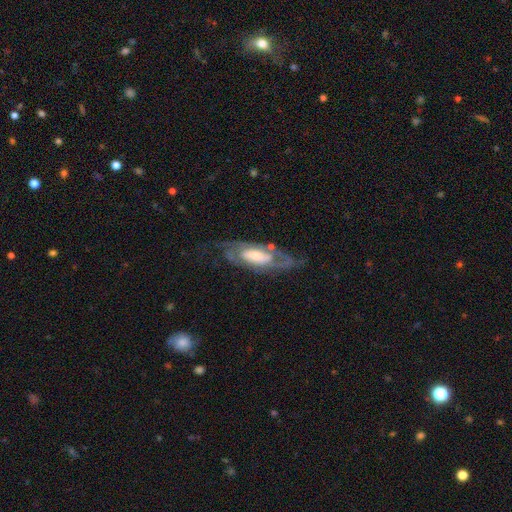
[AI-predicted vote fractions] The model was most divided on "spiral winding" (2-way tie): medium: 41%, tight: 41%, loose: 17%. Remaining: spiral arms — yes (88%); edge-on disk — no (88%); smooth or featured — featured or disk (80%); spiral arm count — 2 (62%); merging — none (61%); bar — no (48%); bulge size — moderate (43%).